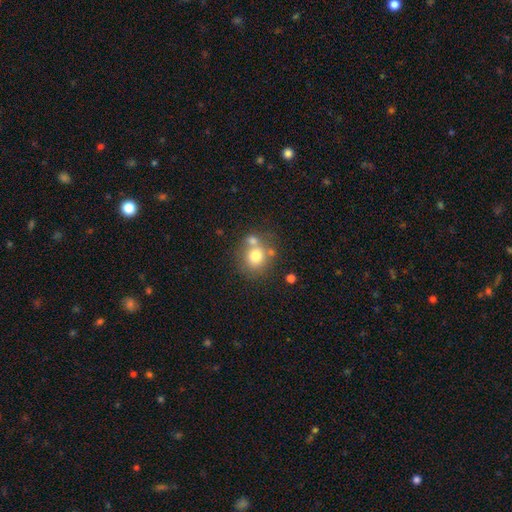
Morphology: type=smooth (71%); roundness=round (85%); merging=none (60%).